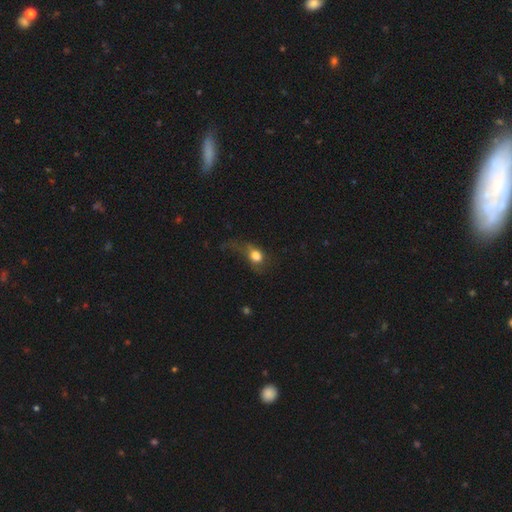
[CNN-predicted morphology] Smooth or featured?
  - smooth: 69% *
  - featured or disk: 19%
  - star or artifact: 12%
How rounded?
  - round: 49% *
  - in between: 48%
  - cigar-shaped: 4%
Merging?
  - major disturbance: 46% *
  - none: 28%
  - minor disturbance: 23%
  - merger: 4%